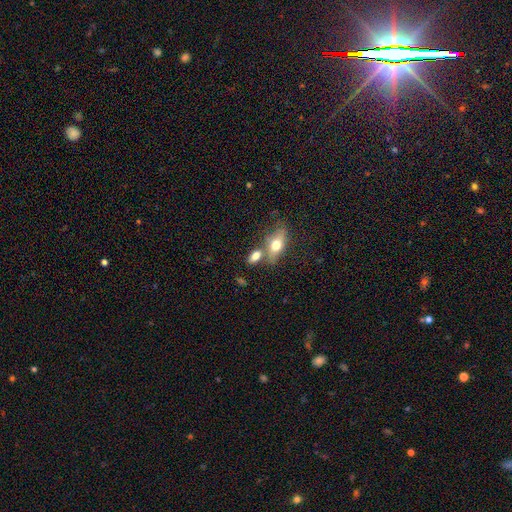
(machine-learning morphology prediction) Q: Smooth or featured?
A: smooth (73%); runner-up: featured or disk (18%)
Q: How rounded?
A: in between (78%); runner-up: cigar-shaped (13%)
Q: Merging?
A: none (52%); runner-up: merger (31%)